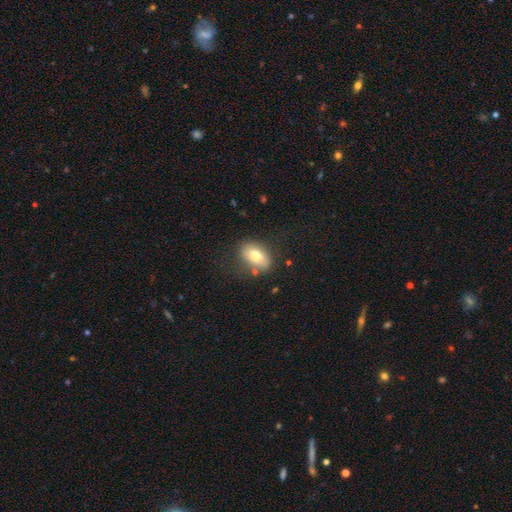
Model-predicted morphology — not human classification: Smooth or featured? smooth (72%)
How rounded? in between (85%)
Merging? none (71%)